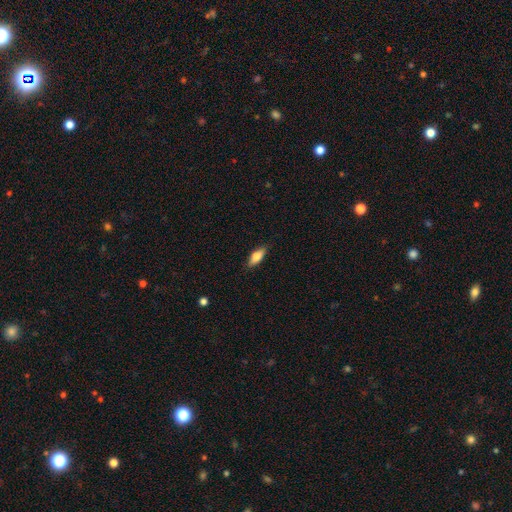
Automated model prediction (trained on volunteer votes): smooth_or_featured: smooth (p=0.73) [alt: featured or disk p=0.20]
how_rounded: in between (p=0.69) [alt: cigar-shaped p=0.28]
merging: none (p=0.86) [alt: minor disturbance p=0.11]